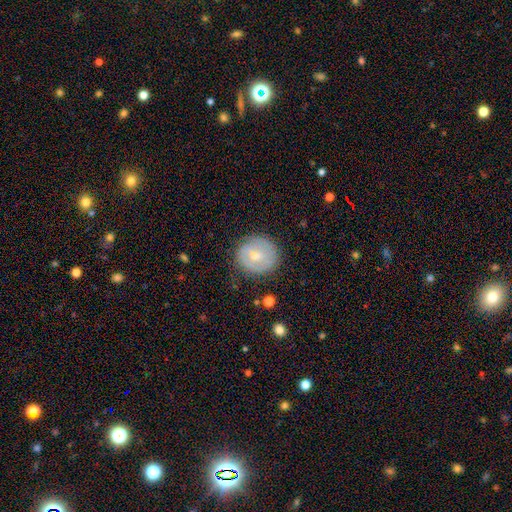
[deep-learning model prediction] This appears to be a smooth galaxy with no disk features (56%) that is round (84%). Merging: none (79%).